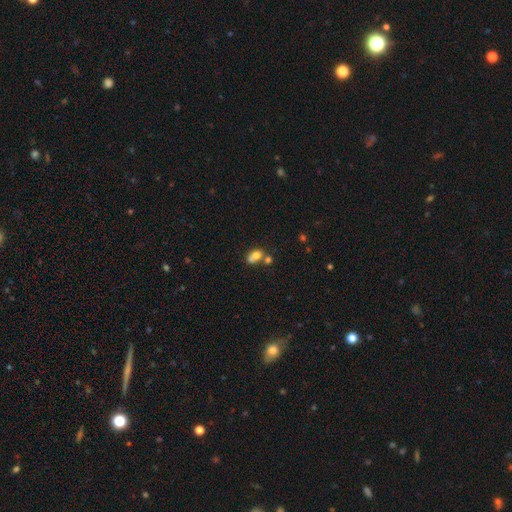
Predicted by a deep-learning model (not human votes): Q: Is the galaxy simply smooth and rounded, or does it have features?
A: smooth — 71%.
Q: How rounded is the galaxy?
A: in between — 63%.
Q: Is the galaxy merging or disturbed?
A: merger — 56%.